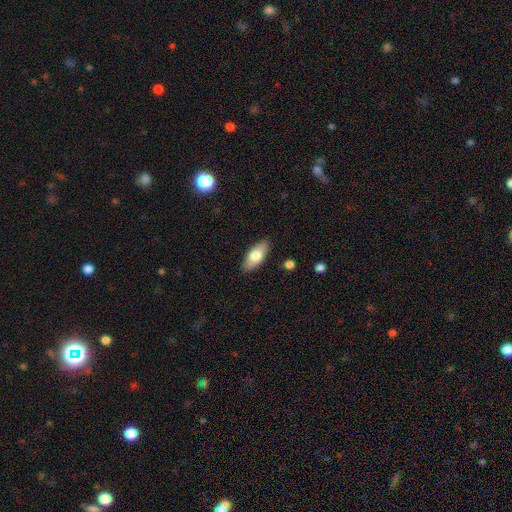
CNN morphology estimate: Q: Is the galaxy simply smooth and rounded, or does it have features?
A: smooth — 74%.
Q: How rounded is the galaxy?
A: in between — 87%.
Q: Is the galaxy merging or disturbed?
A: none — 88%.